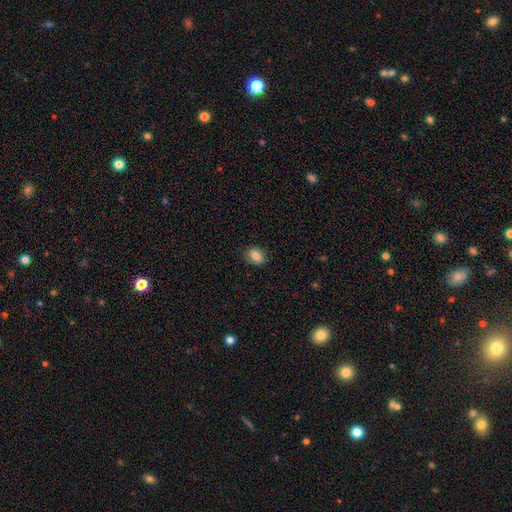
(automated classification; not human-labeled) Smooth or featured? Predicted: smooth (p=0.81). How rounded? Predicted: in between (p=0.68). Merging? Predicted: none (p=0.80).